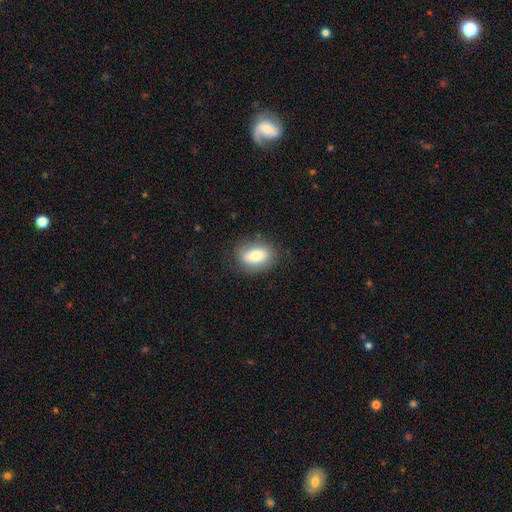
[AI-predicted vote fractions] Overall: smooth (69%). How rounded: in between (79%). Merging: none (78%).